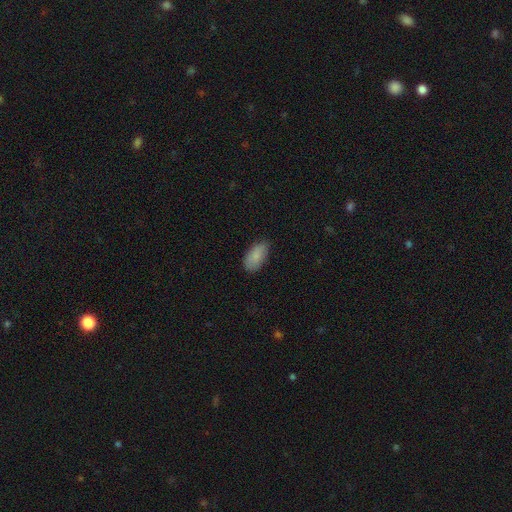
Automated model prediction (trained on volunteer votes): This is clearly a smooth galaxy (86%). How rounded: clearly in between (93%). Merging: likely none (77%).